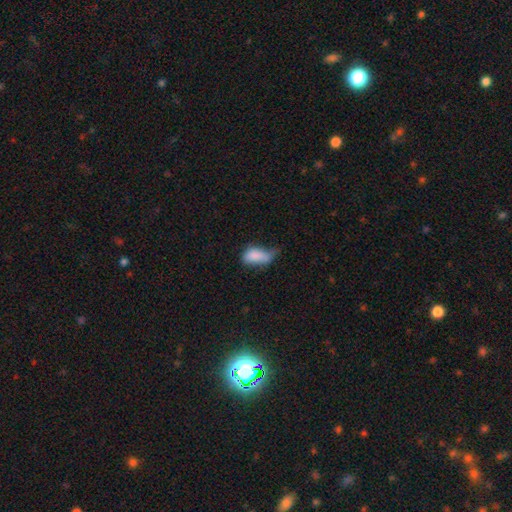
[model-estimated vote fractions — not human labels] Smooth or featured? smooth (80%)
How rounded? in between (89%)
Merging? minor disturbance (40%)